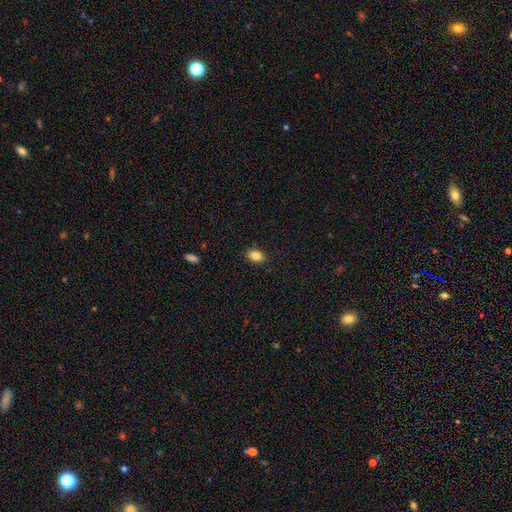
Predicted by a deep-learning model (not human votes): smooth 85%, star or artifact 9%, featured or disk 6%. Down the decision tree: how rounded — in between (80%); merging — none (88%).